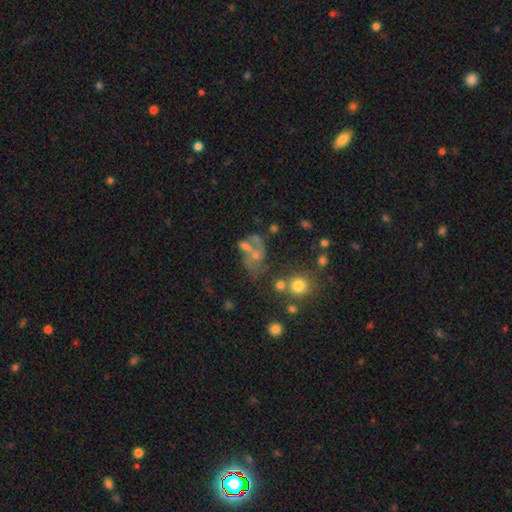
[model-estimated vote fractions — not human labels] Overall: featured or disk (44%; smooth 37%). Merging: merger (32%; none 27%).